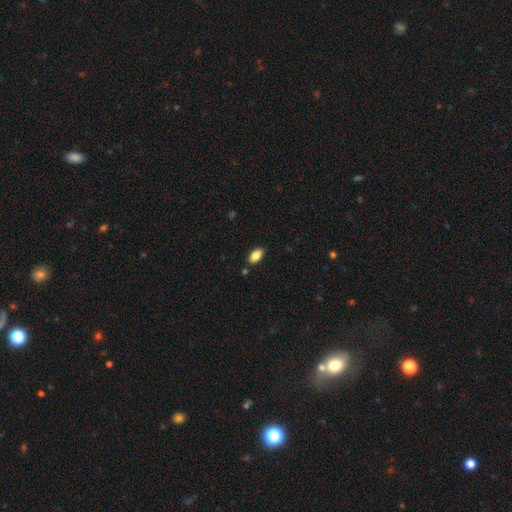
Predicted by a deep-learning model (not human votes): A smooth galaxy with no disk features (84%) that is in between round and cigar-shaped (91%).

Vote fractions:
- Smooth or featured? smooth: 84% / featured or disk: 8% / star or artifact: 8%
- How rounded? in between: 91% / cigar-shaped: 6% / round: 3%
- Merging? none: 86% / minor disturbance: 10% / merger: 2% / major disturbance: 2%